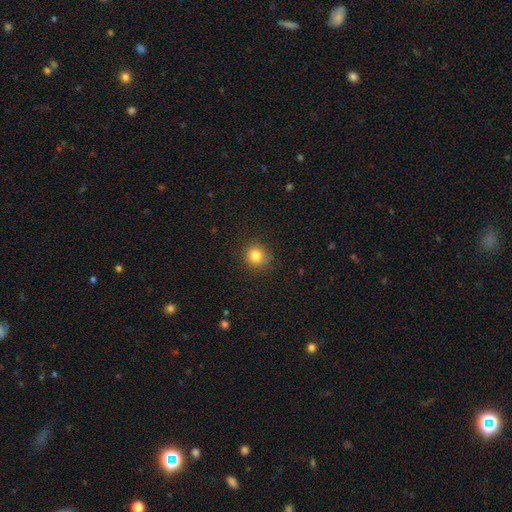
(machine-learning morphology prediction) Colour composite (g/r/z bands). It shows a smooth galaxy with no disk features (83%) that is round (87%). Merging: none (87%).